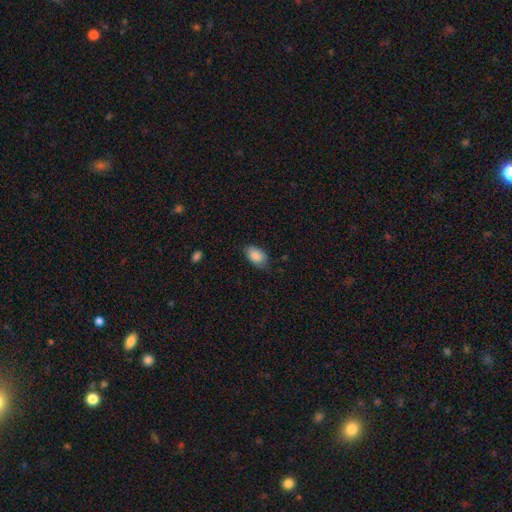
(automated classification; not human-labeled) Smooth or featured? Predicted: smooth (p=0.87). How rounded? Predicted: in between (p=0.90). Merging? Predicted: none (p=0.72).